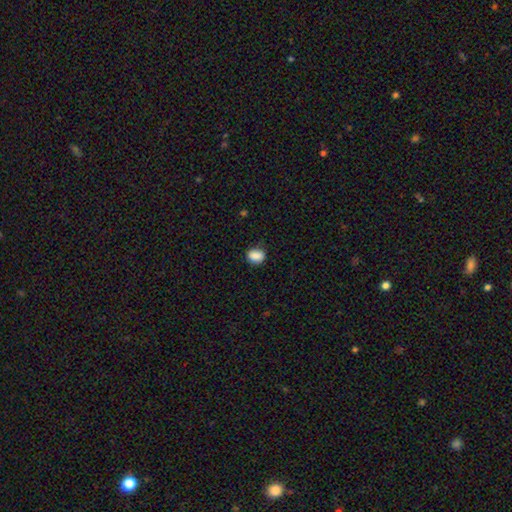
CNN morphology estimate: type=smooth (87%); roundness=in between (58%); merging=none (75%).